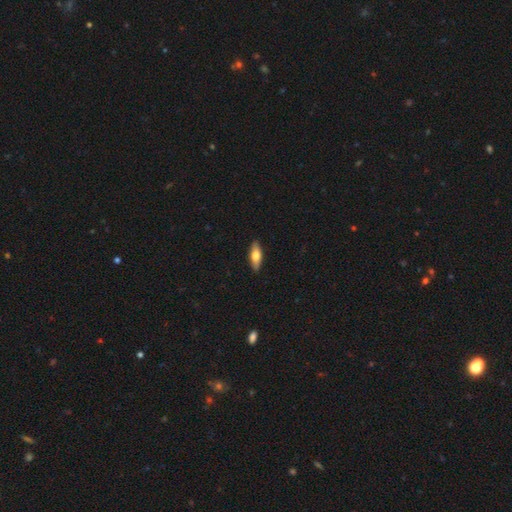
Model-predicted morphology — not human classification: The model was most divided on "how rounded": in between: 60%, cigar-shaped: 38%, round: 3%. More confident: merging — none (90%); smooth or featured — smooth (60%).